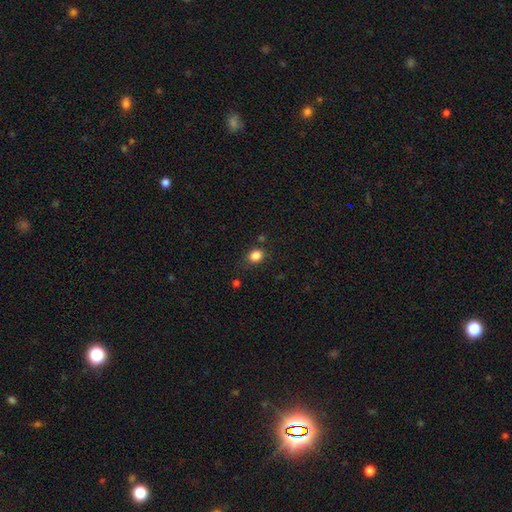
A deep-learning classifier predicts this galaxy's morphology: Smooth or featured? Predicted: smooth (p=0.84). How rounded? Predicted: round (p=0.57). Merging? Predicted: none (p=0.77).